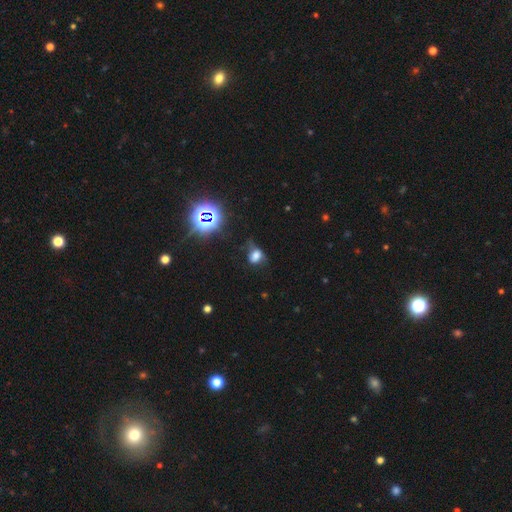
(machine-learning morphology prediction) Smooth or featured?
  - smooth: 60% *
  - star or artifact: 23%
  - featured or disk: 17%
How rounded?
  - in between: 61% *
  - round: 37%
  - cigar-shaped: 2%
Merging?
  - none: 39% *
  - minor disturbance: 33%
  - major disturbance: 25%
  - merger: 4%